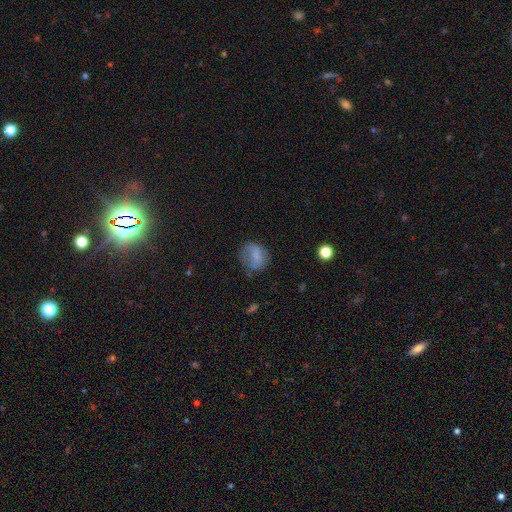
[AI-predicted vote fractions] Smooth or featured?
  - smooth: 65% *
  - featured or disk: 25%
  - star or artifact: 10%
How rounded?
  - round: 66% *
  - in between: 33%
  - cigar-shaped: 1%
Merging?
  - none: 51% *
  - minor disturbance: 27%
  - major disturbance: 19%
  - merger: 3%